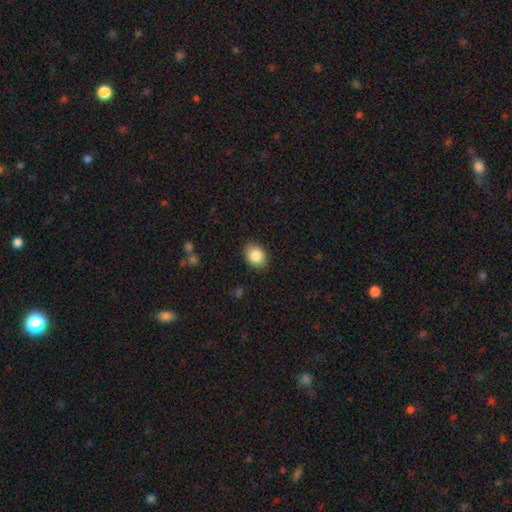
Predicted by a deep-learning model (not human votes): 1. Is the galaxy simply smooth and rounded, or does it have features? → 86% smooth, 8% star or artifact, 6% featured or disk.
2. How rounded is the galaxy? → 64% in between, 35% round, 1% cigar-shaped.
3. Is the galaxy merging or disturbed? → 88% none, 9% minor disturbance, 2% major disturbance, 1% merger.